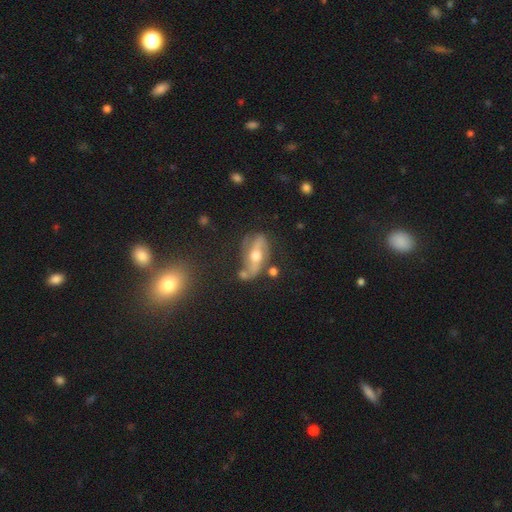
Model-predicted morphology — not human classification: featured or disk 72%, smooth 20%, star or artifact 8%. Down the decision tree: edge-on disk — no (81%); bar — no (42%); spiral arms — yes (78%); bulge size — moderate (72%); merging — none (55%).